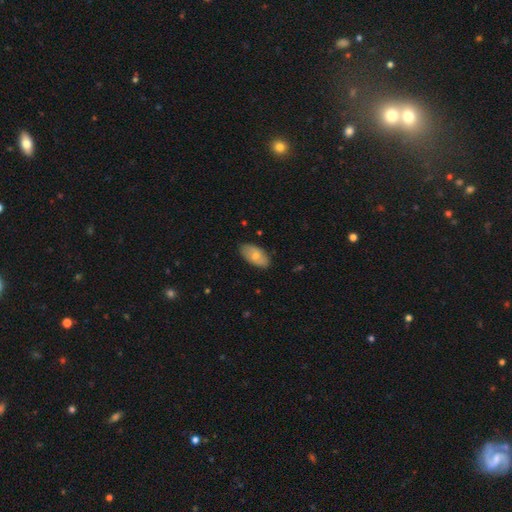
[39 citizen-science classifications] A smooth galaxy with no disk features (67%) that is in between round and cigar-shaped (100%).

Vote fractions:
- Smooth or featured? smooth: 67% / featured or disk: 26% / star or artifact: 8%
- How rounded? in between: 100% / round: 0% / cigar-shaped: 0%
- Merging? none: 89% / minor disturbance: 11% / major disturbance: 0% / merger: 0%